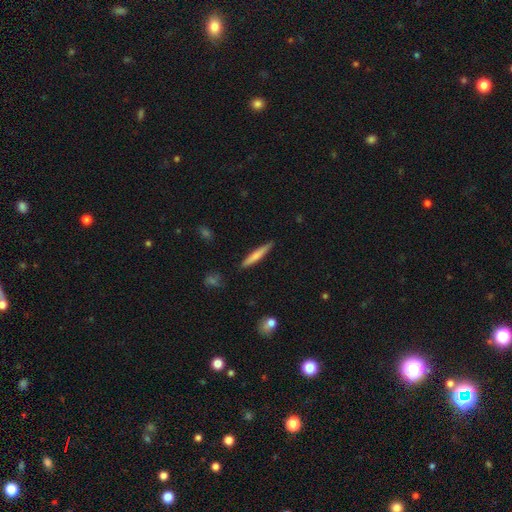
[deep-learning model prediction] Q: Smooth or featured?
A: smooth (69%); runner-up: featured or disk (25%)
Q: How rounded?
A: cigar-shaped (94%); runner-up: in between (5%)
Q: Merging?
A: none (88%); runner-up: minor disturbance (9%)